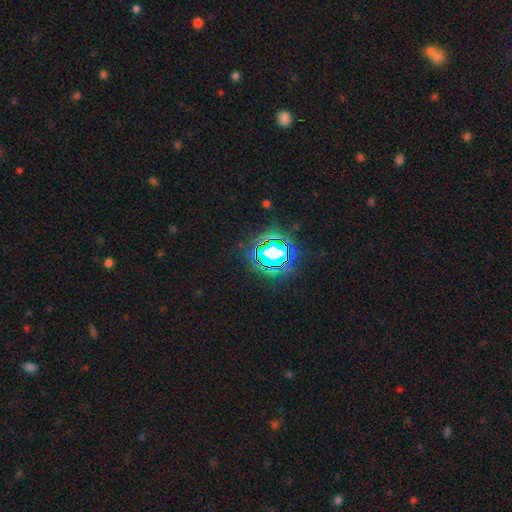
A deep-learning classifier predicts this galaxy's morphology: This is clearly a star or artifact rather than a galaxy (81%).